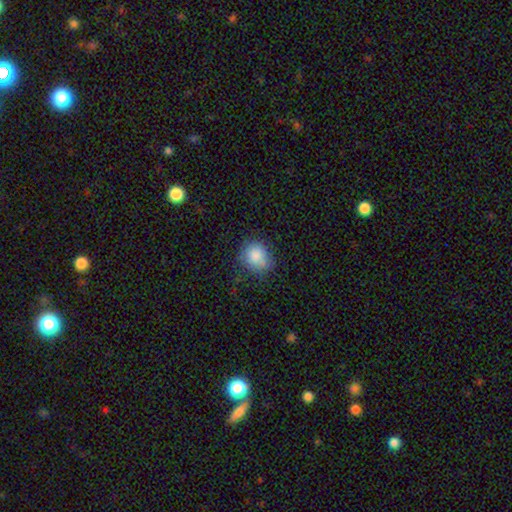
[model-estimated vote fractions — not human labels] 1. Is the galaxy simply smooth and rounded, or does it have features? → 83% smooth, 9% star or artifact, 8% featured or disk.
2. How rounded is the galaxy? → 74% round, 25% in between, 1% cigar-shaped.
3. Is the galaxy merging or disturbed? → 61% none, 27% minor disturbance, 9% major disturbance, 2% merger.